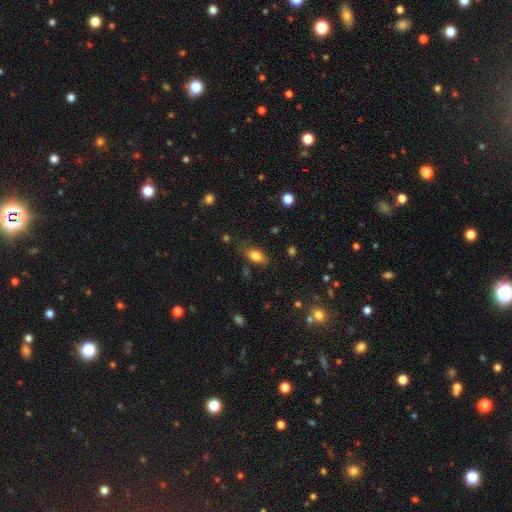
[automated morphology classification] type=smooth (82%); roundness=in between (87%); merging=none (72%).